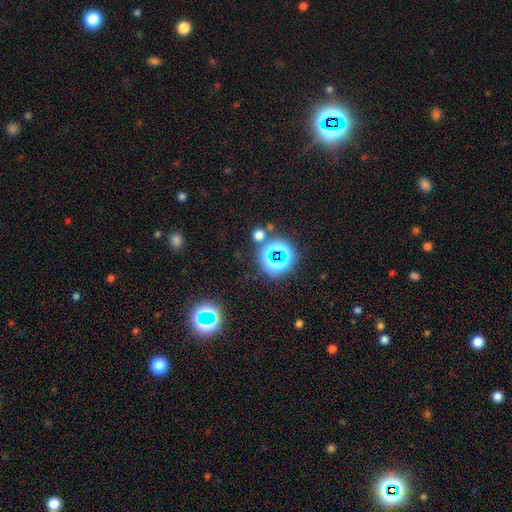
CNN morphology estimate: Smooth or featured? Predicted: star or artifact (p=0.82).